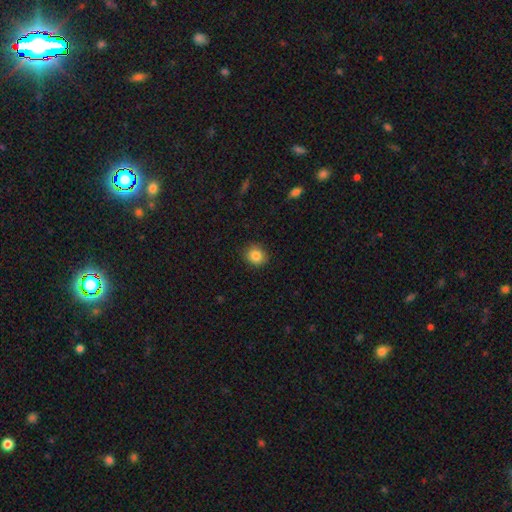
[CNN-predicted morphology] This is clearly a smooth galaxy (85%). How rounded: likely round (74%). Merging: clearly none (88%).